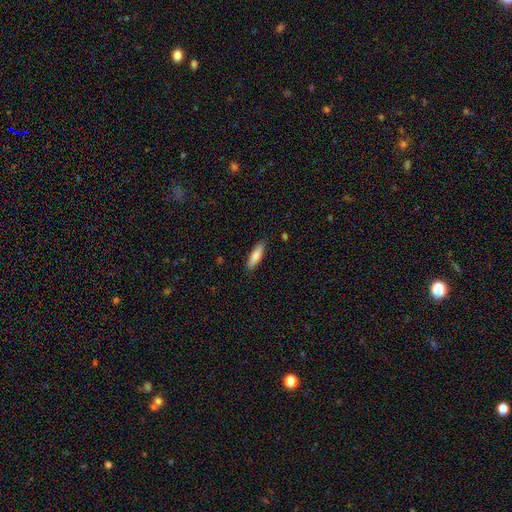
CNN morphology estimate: This is clearly a smooth galaxy (81%). How rounded: possibly cigar-shaped (57%). Merging: clearly none (88%).